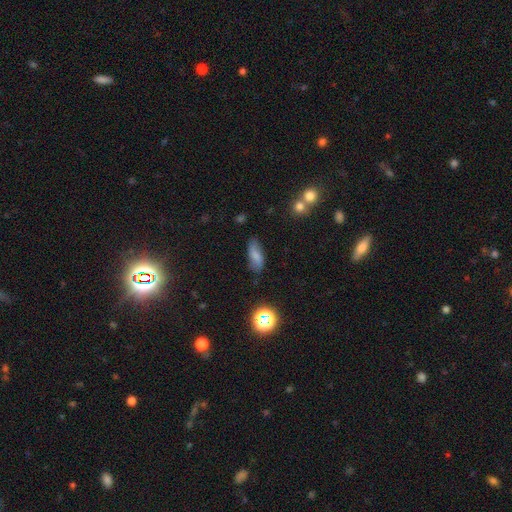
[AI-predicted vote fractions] The model was most divided on "how rounded": in between: 74%, cigar-shaped: 22%, round: 4%. More confident: merging — none (73%); smooth or featured — smooth (71%).